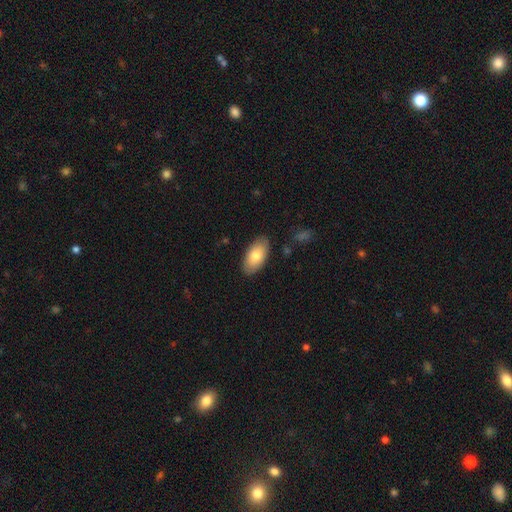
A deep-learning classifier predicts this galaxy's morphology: smooth 78%, featured or disk 16%, star or artifact 6%. Down the decision tree: how rounded — in between (94%); merging — none (86%).